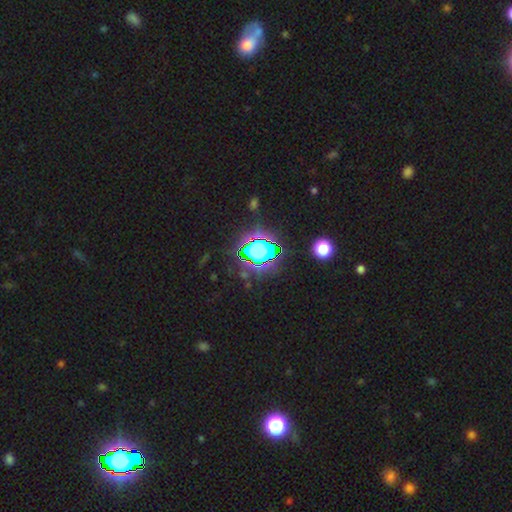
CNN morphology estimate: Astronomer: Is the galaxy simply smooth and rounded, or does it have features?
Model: star or artifact — 79%.